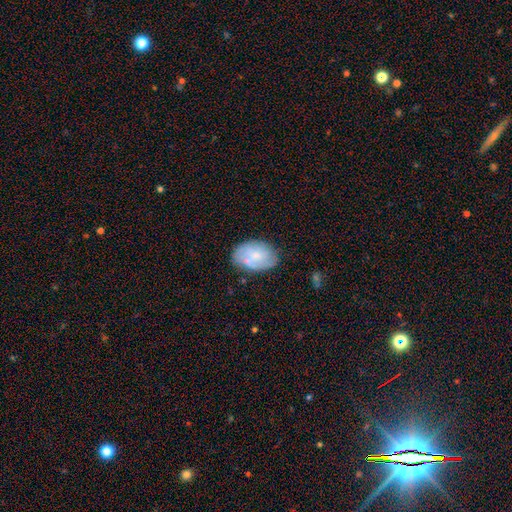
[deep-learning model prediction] Smooth or featured?
  - smooth: 57% *
  - featured or disk: 35%
  - star or artifact: 8%
How rounded?
  - in between: 85% *
  - round: 14%
  - cigar-shaped: 1%
Merging?
  - none: 66% *
  - minor disturbance: 23%
  - major disturbance: 6%
  - merger: 5%